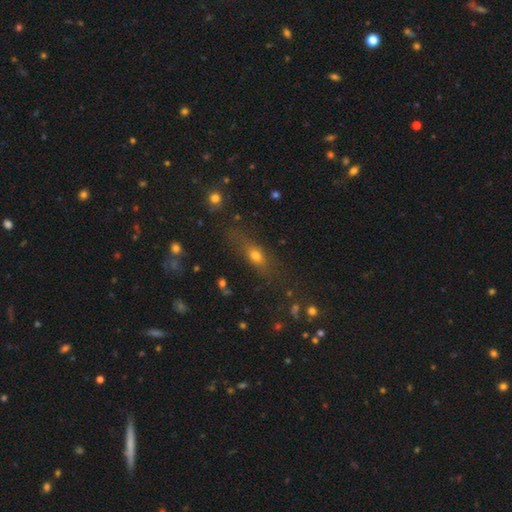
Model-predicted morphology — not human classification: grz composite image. It shows a smooth galaxy with no disk features (57%) that is in between round and cigar-shaped (46%). Merging: none (69%).